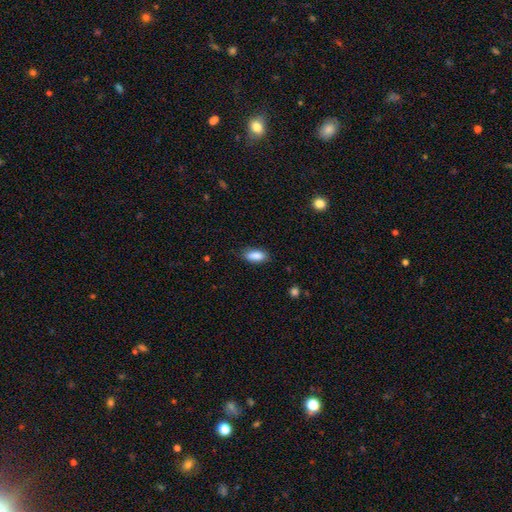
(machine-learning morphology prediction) smooth_or_featured: smooth (p=0.88) [alt: star or artifact p=0.07]
how_rounded: in between (p=0.85) [alt: cigar-shaped p=0.13]
merging: none (p=0.82) [alt: minor disturbance p=0.14]